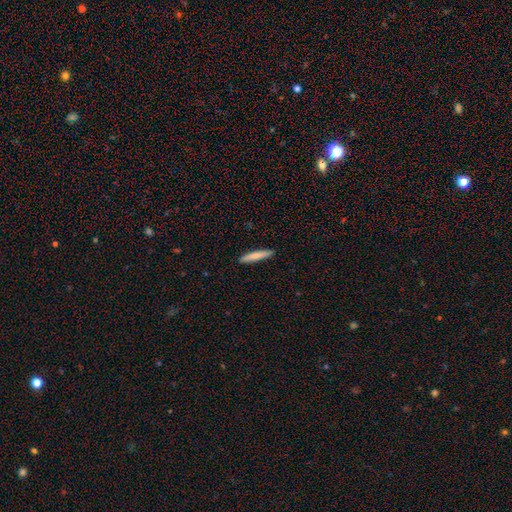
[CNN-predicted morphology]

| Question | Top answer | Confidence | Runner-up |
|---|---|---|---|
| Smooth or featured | smooth | 78% | featured or disk (17%) |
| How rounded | cigar-shaped | 93% | in between (6%) |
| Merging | none | 91% | minor disturbance (7%) |